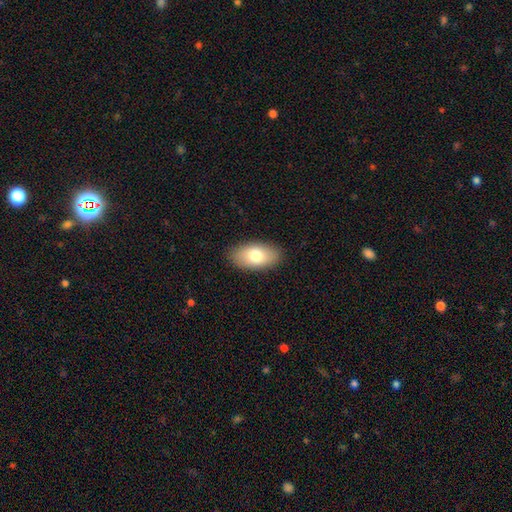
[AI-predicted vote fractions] Smooth or featured?
  - smooth: 77% *
  - featured or disk: 17%
  - star or artifact: 7%
How rounded?
  - in between: 94% *
  - round: 4%
  - cigar-shaped: 3%
Merging?
  - none: 88% *
  - minor disturbance: 9%
  - major disturbance: 2%
  - merger: 1%